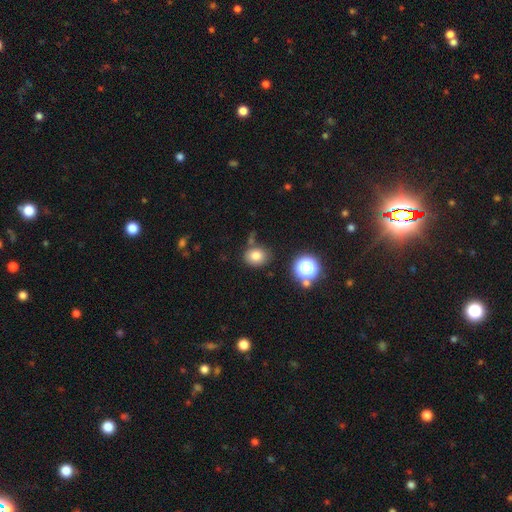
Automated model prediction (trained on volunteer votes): Overall: smooth (79%). How rounded: round (57%; in between 42%). Merging: none (75%).